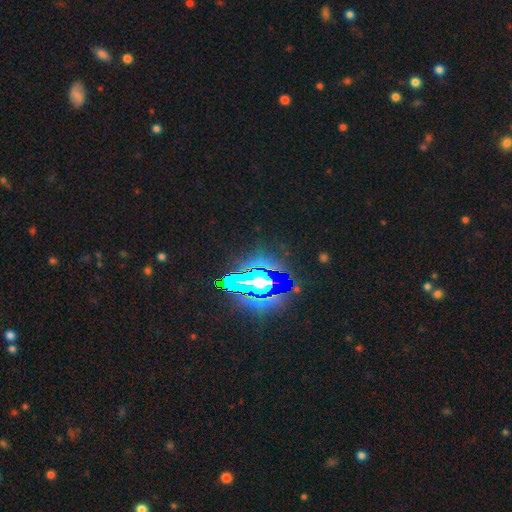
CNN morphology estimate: This appears to be a star or artifact, not a galaxy (77%).